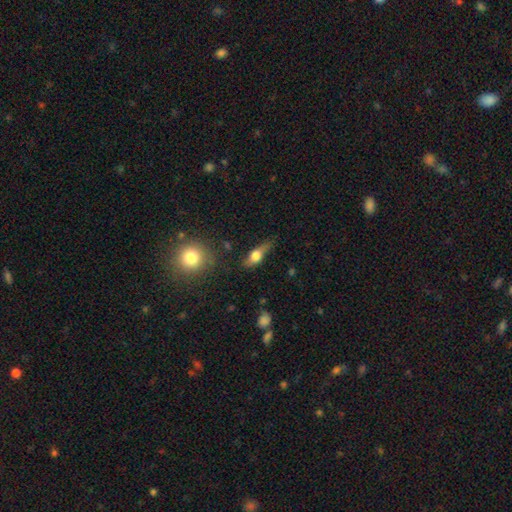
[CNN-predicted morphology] This appears to be a smooth galaxy with no disk features (55%) that is in between round and cigar-shaped (55%). Merging: none (65%).